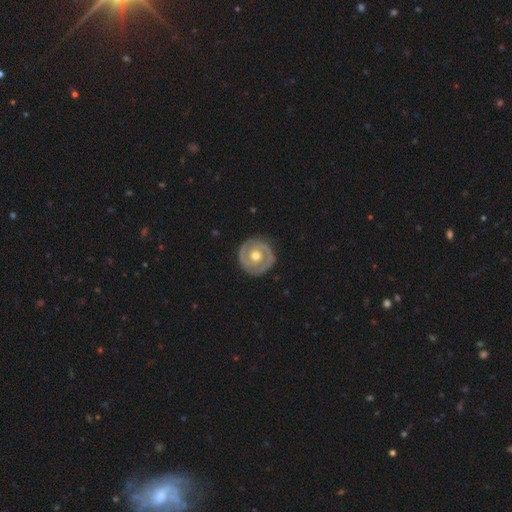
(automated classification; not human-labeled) smooth-or-featured: featured or disk: 82% | smooth: 14% | star or artifact: 4%
  disk-edge-on: no: 97% | yes: 3%
    bar: no: 72% | weak: 22% | strong: 6%
    has-spiral-arms: yes: 88% | no: 12%
      spiral-winding: tight: 71% | medium: 24% | loose: 5%
      spiral-arm-count: 2: 79% | can't tell: 7% | 1: 7% | 3: 4% | 4: 2% | more than 4: 2%
    bulge-size: moderate: 78% | small: 13% | large: 7% | none: 1% | dominant: 1%
  merging: none: 88% | minor disturbance: 9% | major disturbance: 2% | merger: 1%